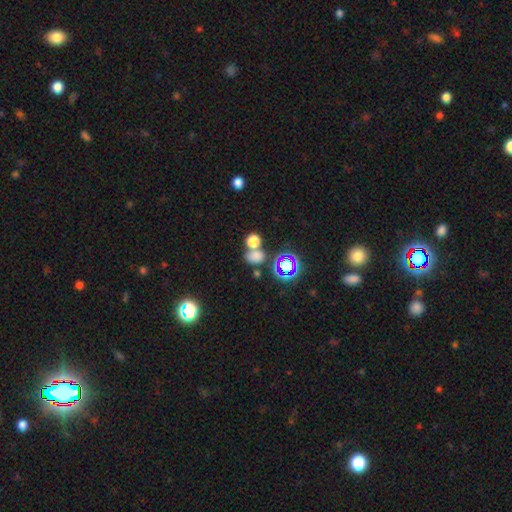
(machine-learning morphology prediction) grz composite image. It shows a smooth galaxy with no disk features (67%) that is round (51%). Merging: none (53%).